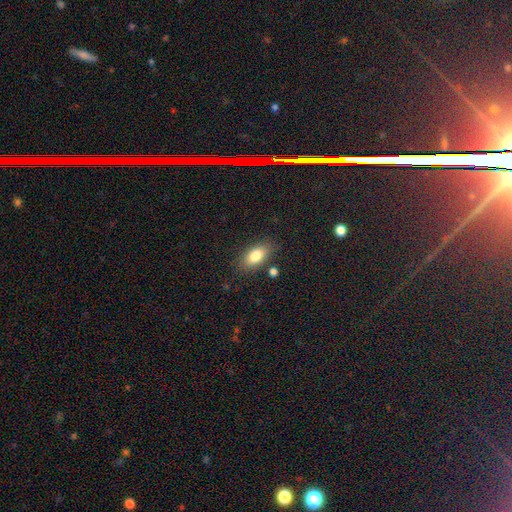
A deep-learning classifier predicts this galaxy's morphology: type=smooth (80%); roundness=in between (87%); merging=none (80%).